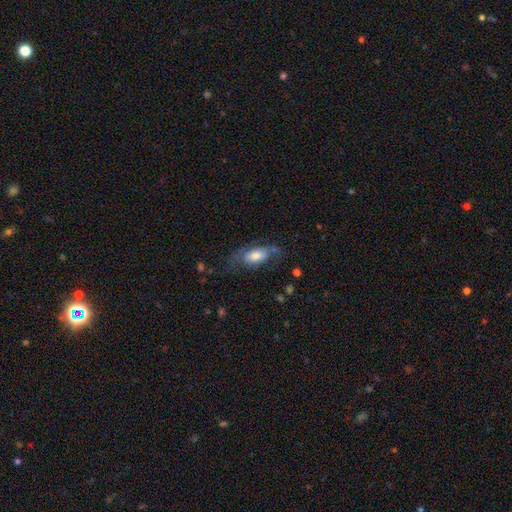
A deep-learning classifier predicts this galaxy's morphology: Overall: smooth (60%; featured or disk 32%). How rounded: in between (88%). Merging: none (49%; minor disturbance 27%).